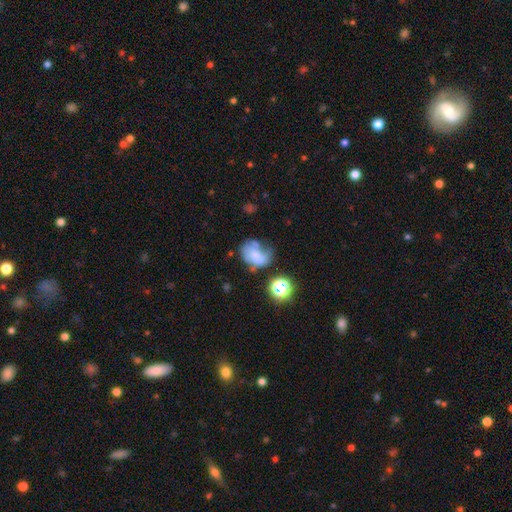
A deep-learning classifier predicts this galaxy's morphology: The model was most divided on "merging": none: 30%, minor disturbance: 27%, major disturbance: 26%, merger: 17%. Remaining: smooth or featured — smooth (46%).